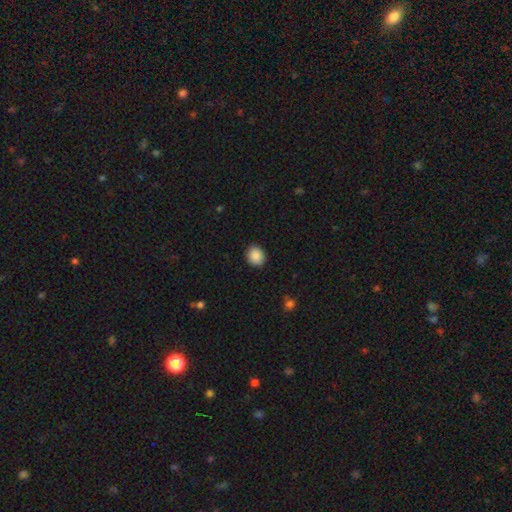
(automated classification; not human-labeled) Smooth or featured? Predicted: smooth (p=0.89). How rounded? Predicted: round (p=0.65). Merging? Predicted: none (p=0.91).